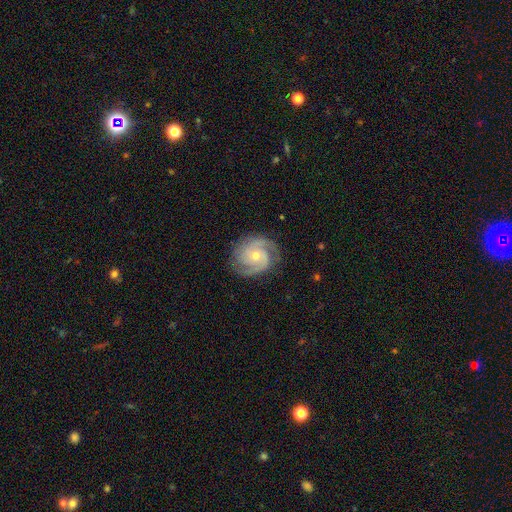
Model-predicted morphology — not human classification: featured or disk 90%, smooth 6%, star or artifact 5%. Down the decision tree: edge-on disk — no (98%); bar — no (70%); spiral arms — yes (98%); spiral arm count — 2 (62%); spiral winding — tight (56%); bulge size — small (56%); merging — none (82%).